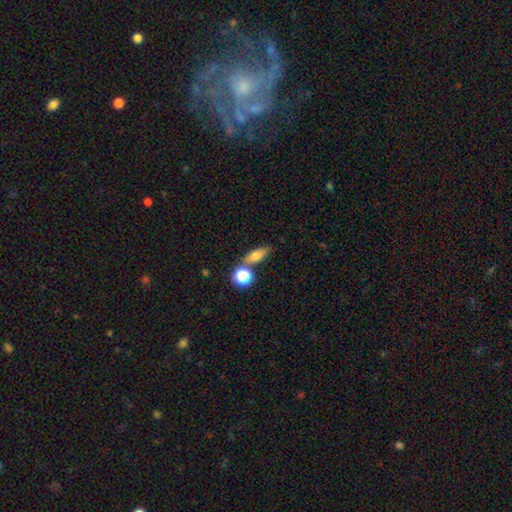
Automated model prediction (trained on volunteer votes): smooth_or_featured: smooth (p=0.72) [alt: featured or disk p=0.18]
how_rounded: in between (p=0.58) [alt: cigar-shaped p=0.25]
merging: none (p=0.63) [alt: merger p=0.21]